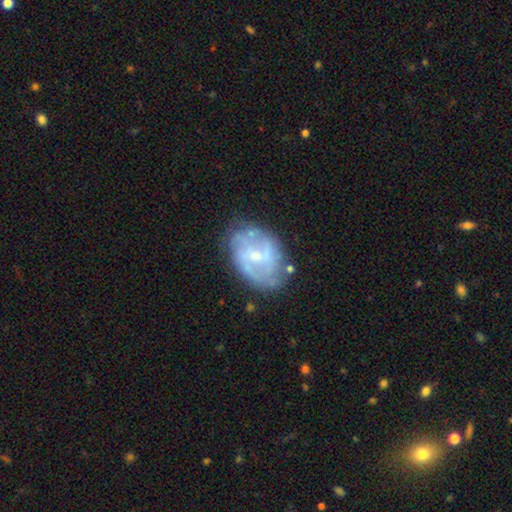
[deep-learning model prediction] Q: Smooth or featured?
A: featured or disk (74%); runner-up: smooth (20%)
Q: Edge-on disk?
A: no (97%); runner-up: yes (3%)
Q: Bar?
A: weak (54%); runner-up: no (31%)
Q: Spiral arms?
A: yes (75%); runner-up: no (25%)
Q: Spiral winding?
A: medium (43%); runner-up: tight (33%)
Q: Spiral arm count?
A: 2 (54%); runner-up: can't tell (30%)
Q: Bulge size?
A: small (60%); runner-up: moderate (30%)
Q: Merging?
A: none (65%); runner-up: minor disturbance (23%)